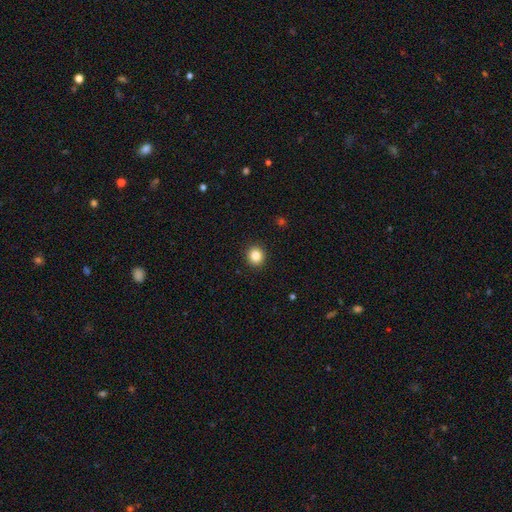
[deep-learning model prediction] A smooth galaxy with no disk features (85%) that is round (87%).

Vote fractions:
- Smooth or featured? smooth: 85% / star or artifact: 10% / featured or disk: 5%
- How rounded? round: 87% / in between: 12% / cigar-shaped: 1%
- Merging? none: 92% / minor disturbance: 5% / major disturbance: 2% / merger: 1%